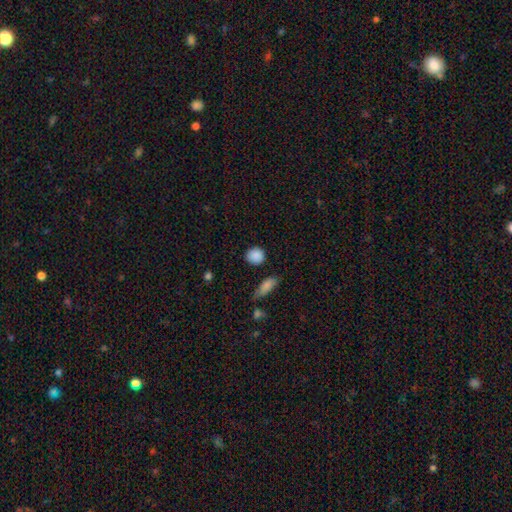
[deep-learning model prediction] Smooth or featured? Predicted: smooth (p=0.88). How rounded? Predicted: round (p=0.84). Merging? Predicted: none (p=0.84).